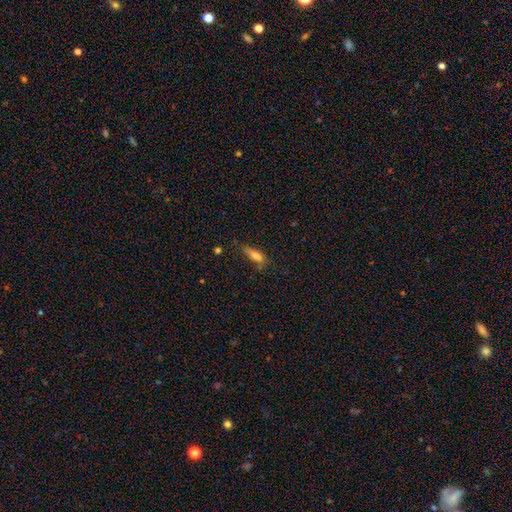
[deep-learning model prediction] Q: Smooth or featured?
A: smooth (72%); runner-up: featured or disk (17%)
Q: How rounded?
A: in between (53%); runner-up: cigar-shaped (44%)
Q: Merging?
A: none (58%); runner-up: minor disturbance (28%)